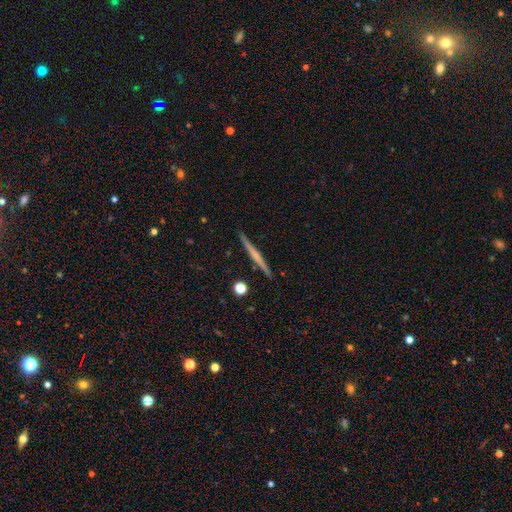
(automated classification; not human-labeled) Q: Smooth or featured?
A: featured or disk (59%); runner-up: smooth (35%)
Q: Edge-on disk?
A: yes (98%); runner-up: no (2%)
Q: Edge-on bulge?
A: none (65%); runner-up: rounded (25%)
Q: Merging?
A: none (91%); runner-up: minor disturbance (6%)